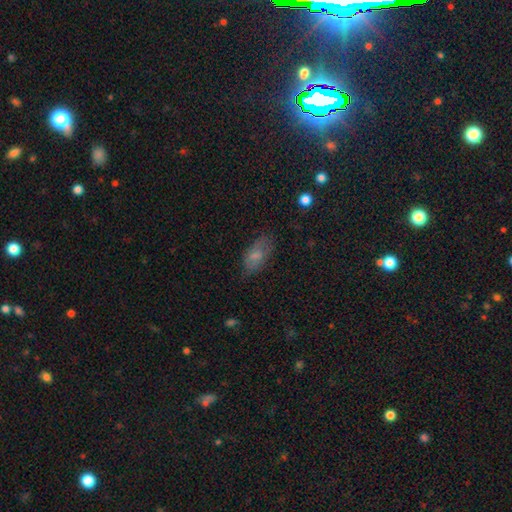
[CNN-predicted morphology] A smooth galaxy with no disk features (70%) that is in between round and cigar-shaped (89%).

Vote fractions:
- Smooth or featured? smooth: 70% / featured or disk: 21% / star or artifact: 10%
- How rounded? in between: 89% / cigar-shaped: 7% / round: 4%
- Merging? none: 68% / minor disturbance: 22% / major disturbance: 8% / merger: 2%